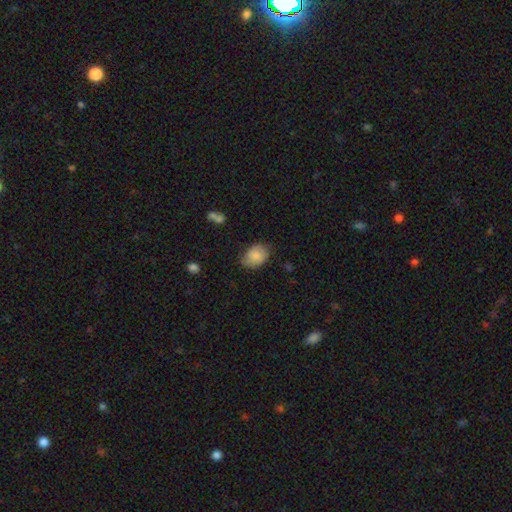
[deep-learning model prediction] Smooth or featured? smooth (82%)
How rounded? in between (67%)
Merging? none (67%)